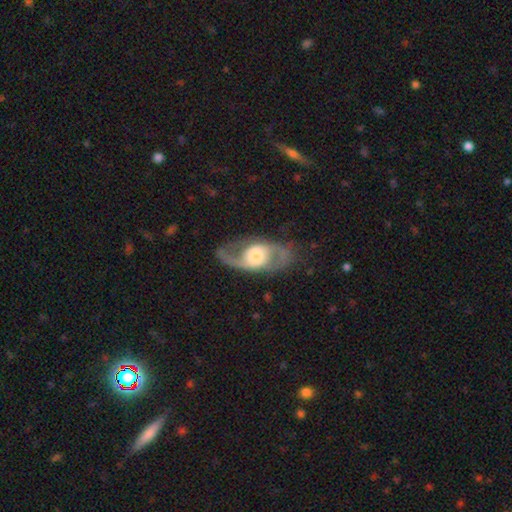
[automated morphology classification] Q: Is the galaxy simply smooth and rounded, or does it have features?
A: featured or disk — 83%.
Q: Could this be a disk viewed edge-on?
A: no — 94%.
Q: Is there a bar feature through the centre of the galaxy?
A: no — 55%.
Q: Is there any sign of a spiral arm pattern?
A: yes — 89%.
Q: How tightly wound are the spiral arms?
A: medium — 48%.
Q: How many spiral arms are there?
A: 2 — 91%.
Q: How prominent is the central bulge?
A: moderate — 44%.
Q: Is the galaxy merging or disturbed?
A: none — 77%.